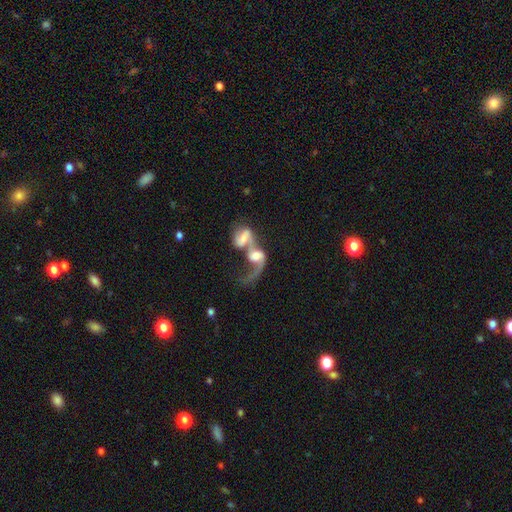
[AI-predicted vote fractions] A featured or disk galaxy (65%) with no bar (50%), spiral arms (81%) and a moderate central bulge (40%). Merging: merger (77%).